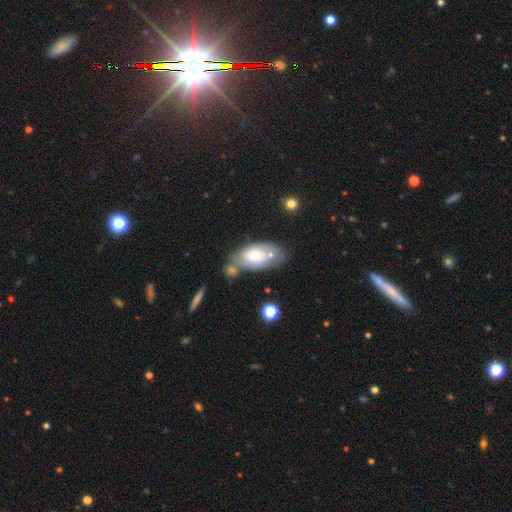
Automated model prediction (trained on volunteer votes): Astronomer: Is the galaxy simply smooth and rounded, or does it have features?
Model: smooth — 54% (runner-up: featured or disk, 39%).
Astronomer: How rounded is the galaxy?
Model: in between — 92%.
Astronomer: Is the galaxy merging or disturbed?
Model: none — 45% (runner-up: merger, 27%).